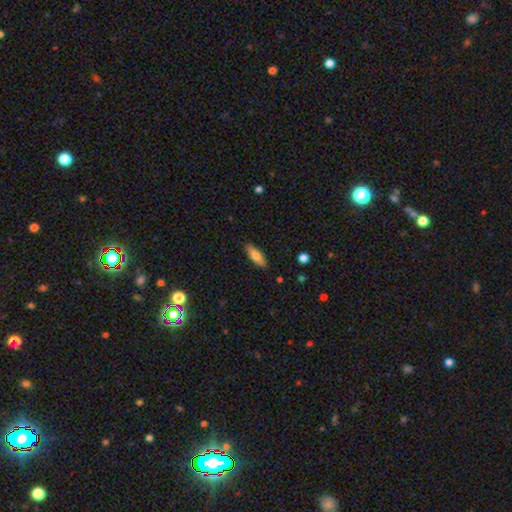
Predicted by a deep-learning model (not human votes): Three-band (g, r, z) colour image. It shows a smooth galaxy with no disk features (71%) that is in between round and cigar-shaped (52%). Merging: none (88%).